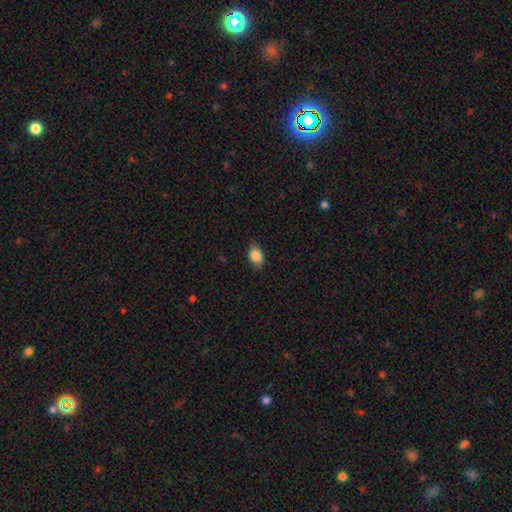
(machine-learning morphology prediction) smooth_or_featured: smooth (p=0.86) [alt: star or artifact p=0.08]
how_rounded: in between (p=0.79) [alt: round p=0.20]
merging: none (p=0.80) [alt: minor disturbance p=0.16]